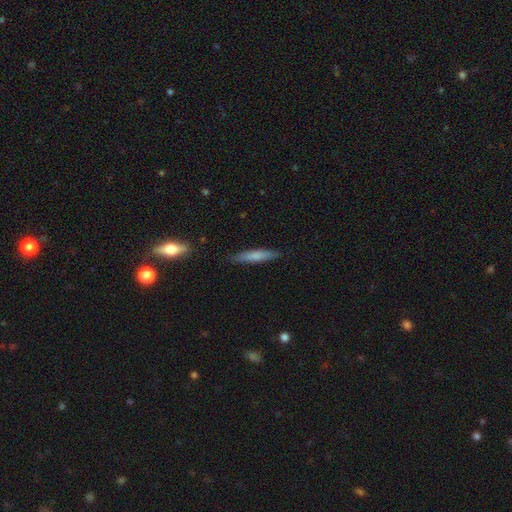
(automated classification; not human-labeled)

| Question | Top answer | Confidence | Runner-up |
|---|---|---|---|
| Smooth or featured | smooth | 70% | featured or disk (24%) |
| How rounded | cigar-shaped | 90% | in between (9%) |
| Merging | none | 87% | minor disturbance (10%) |